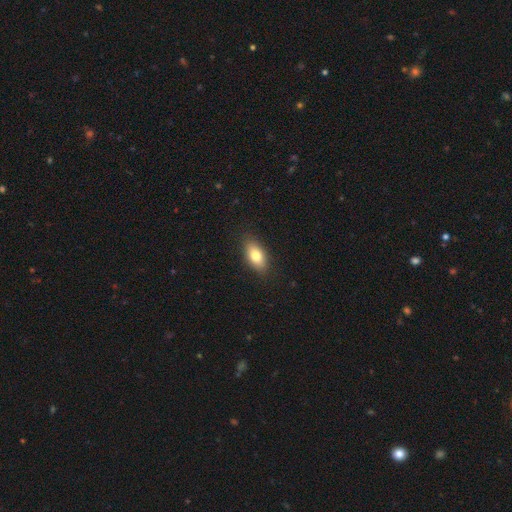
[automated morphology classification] Overall: smooth (77%). How rounded: in between (88%). Merging: none (87%).